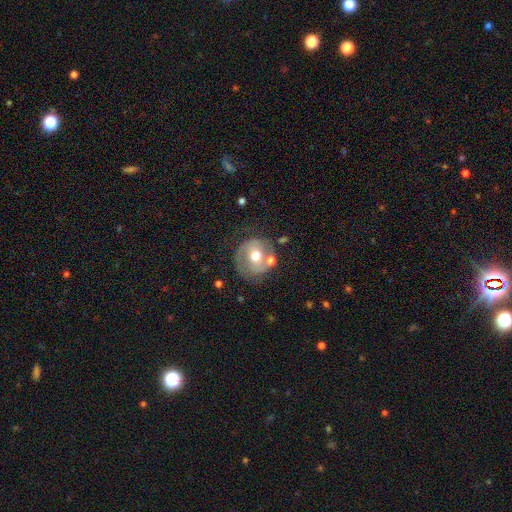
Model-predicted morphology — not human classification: Overall: featured or disk (56%; smooth 36%). Edge-on disk: no (96%). Bar: no (60%; weak 28%). Spiral arms: yes (58%; no 42%). Bulge size: moderate (77%). Merging: none (65%).